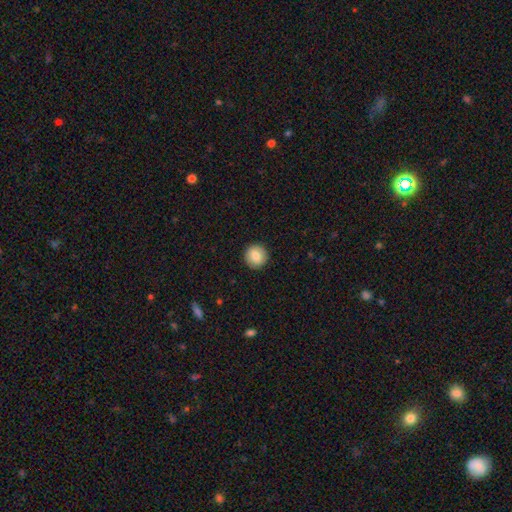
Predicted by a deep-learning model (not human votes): This is clearly a smooth galaxy (85%). How rounded: clearly round (94%). Merging: clearly none (92%).